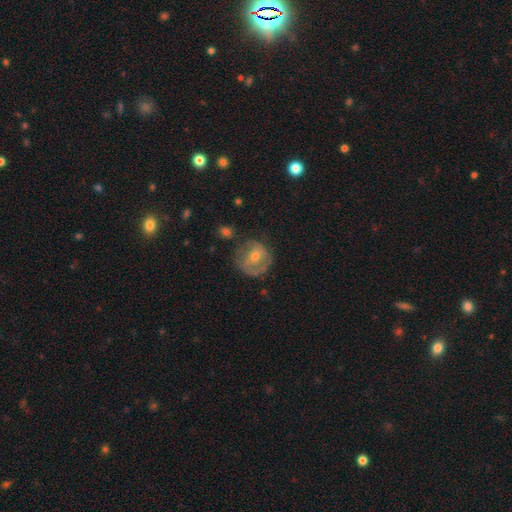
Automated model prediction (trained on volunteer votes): smooth_or_featured: featured or disk (p=0.56) [alt: smooth p=0.35]
disk_edge_on: no (p=0.96) [alt: yes p=0.04]
bar: no (p=0.51) [alt: weak p=0.37]
has_spiral_arms: yes (p=0.61) [alt: no p=0.39]
bulge_size: moderate (p=0.50) [alt: small p=0.45]
merging: none (p=0.65) [alt: minor disturbance p=0.21]